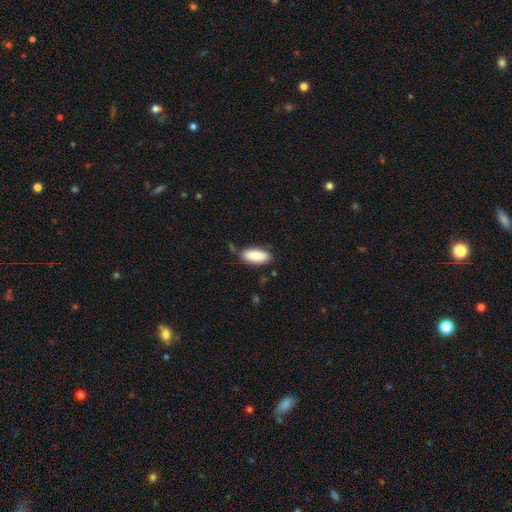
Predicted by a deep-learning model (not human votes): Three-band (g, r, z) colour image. It shows a smooth galaxy with no disk features (86%) that is in between round and cigar-shaped (86%). Merging: none (75%).